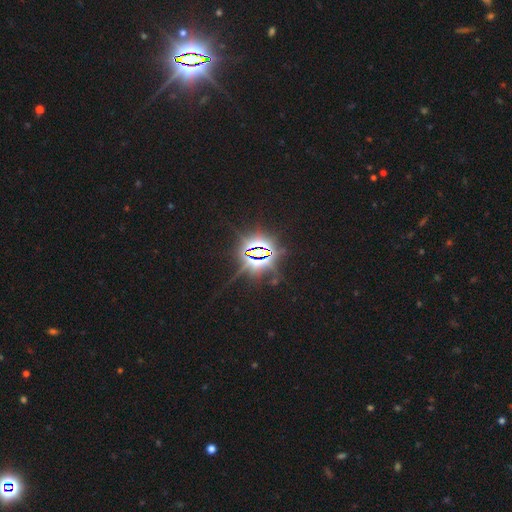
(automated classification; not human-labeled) The model was most divided on "smooth or featured": star or artifact: 86%, featured or disk: 7%, smooth: 7%.